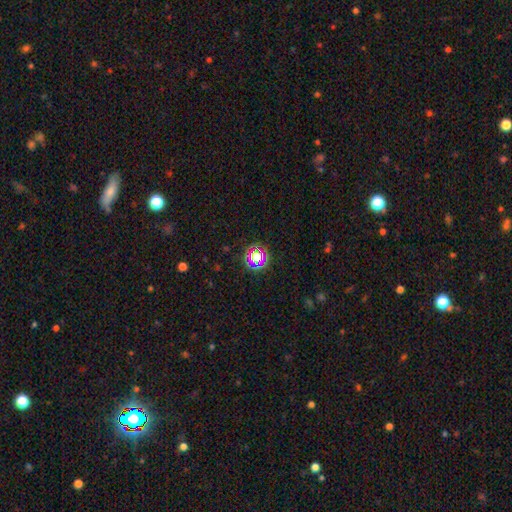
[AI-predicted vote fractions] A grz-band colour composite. It shows a star or artifact, not a galaxy (64%).